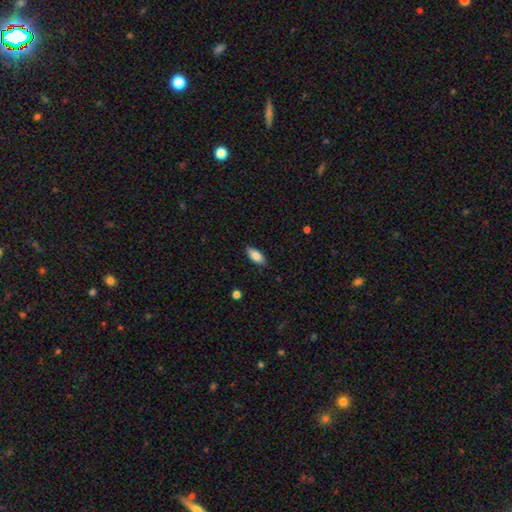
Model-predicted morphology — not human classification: smooth_or_featured: smooth (p=0.82) [alt: featured or disk p=0.11]
how_rounded: in between (p=0.86) [alt: cigar-shaped p=0.12]
merging: none (p=0.85) [alt: minor disturbance p=0.12]